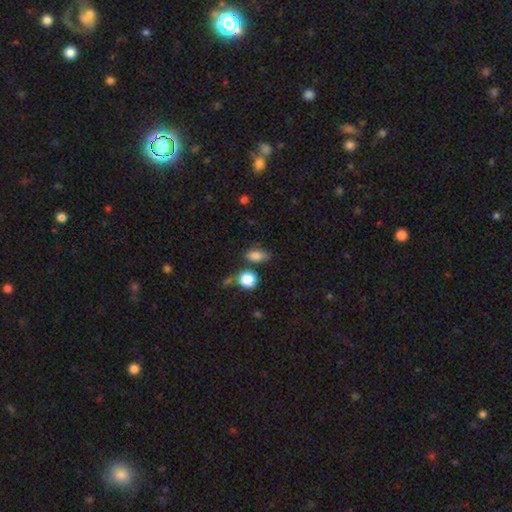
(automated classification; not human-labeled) smooth-or-featured: smooth: 83% | star or artifact: 11% | featured or disk: 6%
  how-rounded: in between: 81% | round: 16% | cigar-shaped: 4%
  merging: none: 65% | minor disturbance: 18% | merger: 10% | major disturbance: 6%